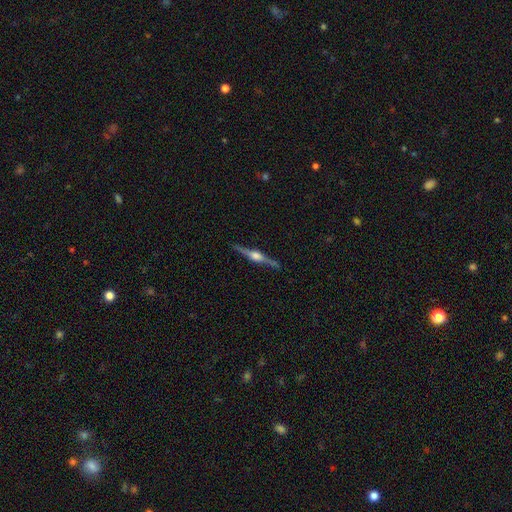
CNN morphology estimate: smooth_or_featured: featured or disk (p=0.87) [alt: smooth p=0.09]
disk_edge_on: yes (p=0.98) [alt: no p=0.02]
edge_on_bulge: rounded (p=0.91) [alt: boxy p=0.07]
merging: none (p=0.90) [alt: minor disturbance p=0.07]